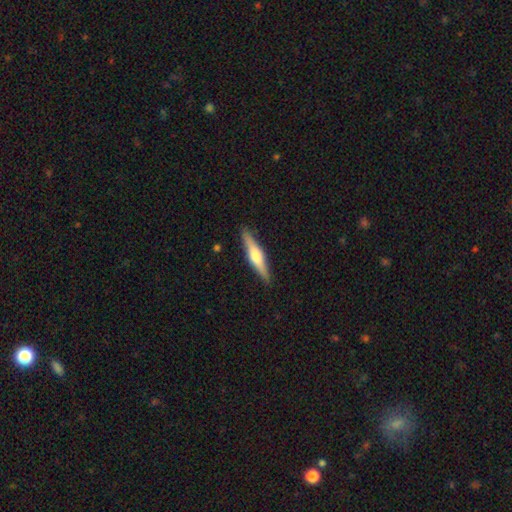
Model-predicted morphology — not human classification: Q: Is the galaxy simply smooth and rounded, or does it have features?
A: featured or disk — 57%.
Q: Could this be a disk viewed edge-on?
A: yes — 96%.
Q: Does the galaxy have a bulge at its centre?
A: rounded — 86%.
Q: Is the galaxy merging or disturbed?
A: none — 90%.